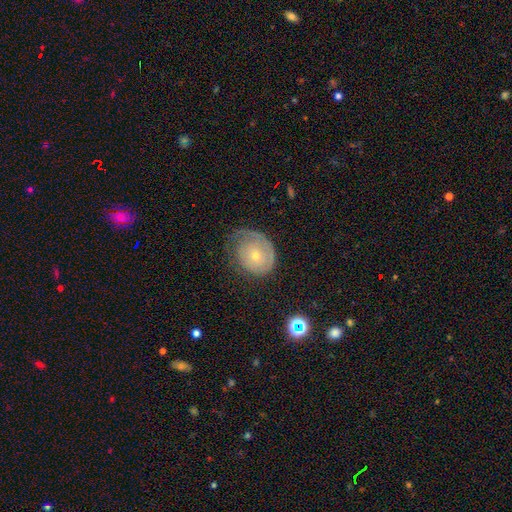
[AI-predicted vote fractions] Smooth or featured: featured or disk — 57% (smooth — 35%)
Edge-on disk: no — 96% (yes — 4%)
Bar: no — 84% (weak — 13%)
Spiral arms: yes — 72% (no — 28%)
Bulge size: small — 71% (moderate — 26%)
Merging: none — 43% (minor disturbance — 30%)